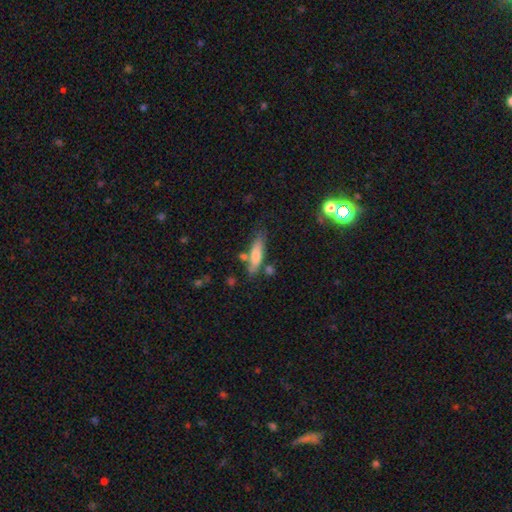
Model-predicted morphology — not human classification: Q: Smooth or featured?
A: smooth (62%); runner-up: featured or disk (28%)
Q: How rounded?
A: cigar-shaped (69%); runner-up: in between (29%)
Q: Merging?
A: none (66%); runner-up: minor disturbance (19%)